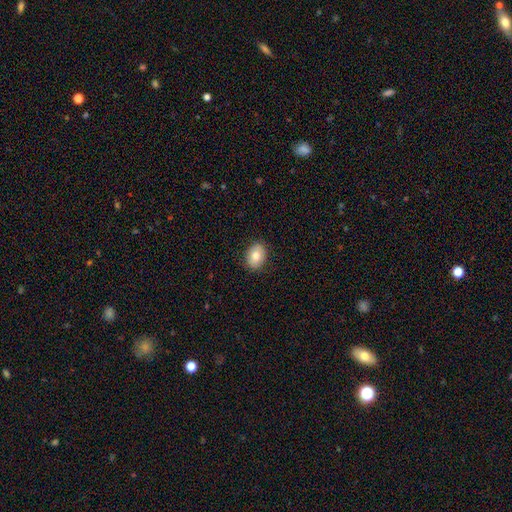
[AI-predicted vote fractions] The model was most divided on "how rounded": in between: 63%, round: 36%, cigar-shaped: 1%. More confident: merging — none (87%); smooth or featured — smooth (77%).